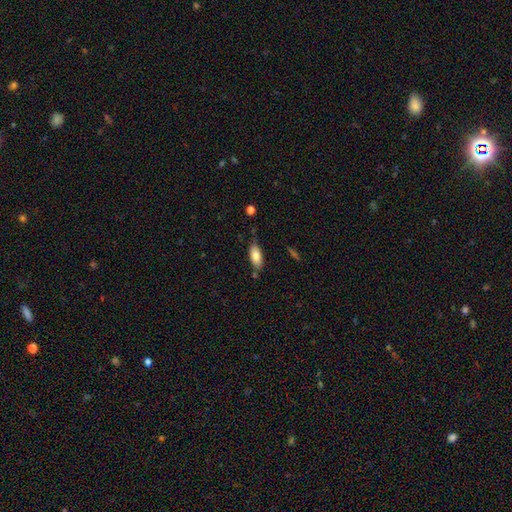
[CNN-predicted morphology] This is clearly a smooth galaxy (81%). How rounded: clearly in between (87%). Merging: likely none (71%).